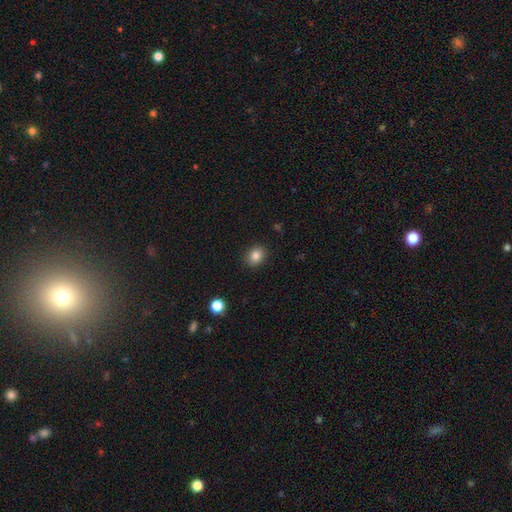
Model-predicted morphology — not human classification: Smooth or featured? smooth (84%)
How rounded? round (58%)
Merging? none (89%)